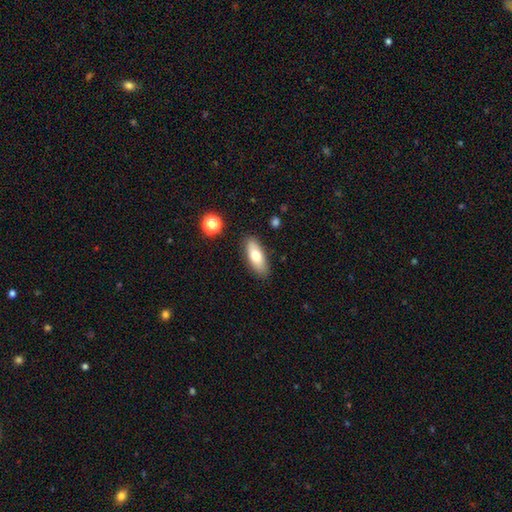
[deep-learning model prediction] A smooth galaxy with no disk features (71%) that is in between round and cigar-shaped (74%). Merging: none (85%).